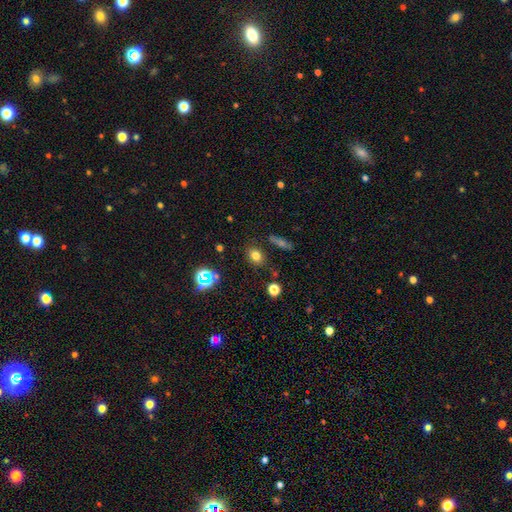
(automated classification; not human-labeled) Q: Smooth or featured?
A: smooth (73%); runner-up: star or artifact (18%)
Q: How rounded?
A: in between (52%); runner-up: round (46%)
Q: Merging?
A: none (81%); runner-up: minor disturbance (12%)